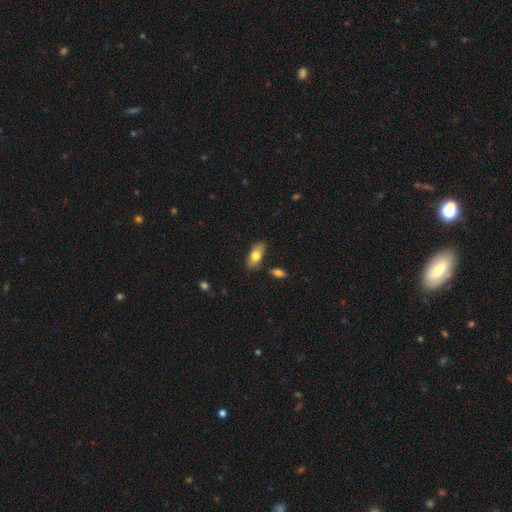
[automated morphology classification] A smooth galaxy with no disk features (73%) that is in between round and cigar-shaped (85%).

Vote fractions:
- Smooth or featured? smooth: 73% / featured or disk: 21% / star or artifact: 6%
- How rounded? in between: 85% / cigar-shaped: 11% / round: 3%
- Merging? none: 80% / minor disturbance: 13% / merger: 4% / major disturbance: 3%